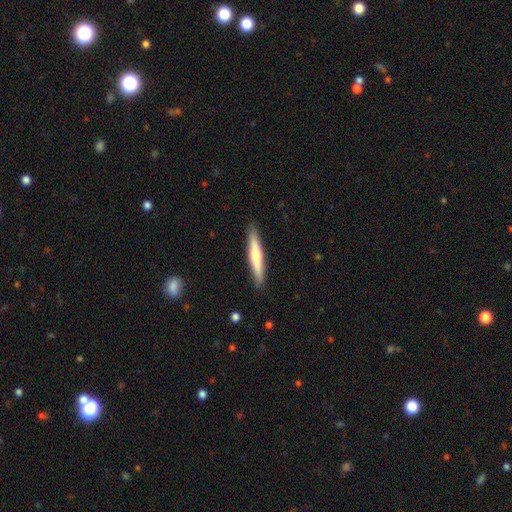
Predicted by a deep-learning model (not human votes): Smooth or featured: smooth — 58% (featured or disk — 36%)
How rounded: cigar-shaped — 94% (in between — 5%)
Merging: none — 90% (minor disturbance — 8%)